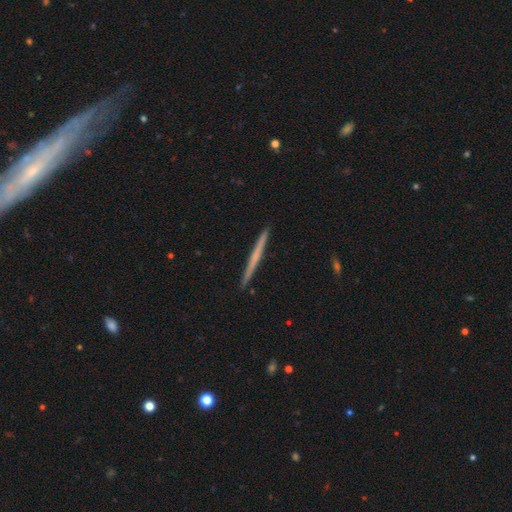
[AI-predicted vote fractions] Overall: featured or disk (55%; smooth 40%). Edge-on disk: yes (98%). Edge-on bulge: none (80%). Merging: none (93%).